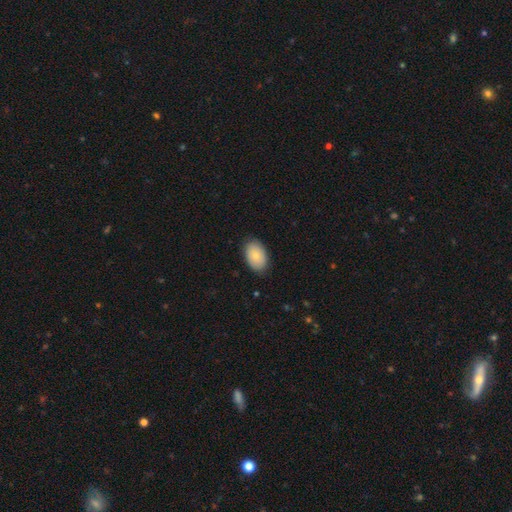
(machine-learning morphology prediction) A smooth galaxy with no disk features (84%) that is in between round and cigar-shaped (91%). Merging: none (86%).